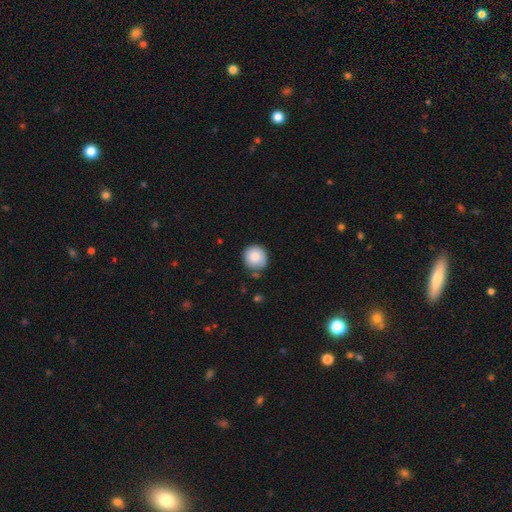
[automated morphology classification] smooth-or-featured: smooth: 86% | star or artifact: 8% | featured or disk: 7%
  how-rounded: round: 91% | in between: 8% | cigar-shaped: 1%
  merging: none: 80% | minor disturbance: 13% | merger: 4% | major disturbance: 3%